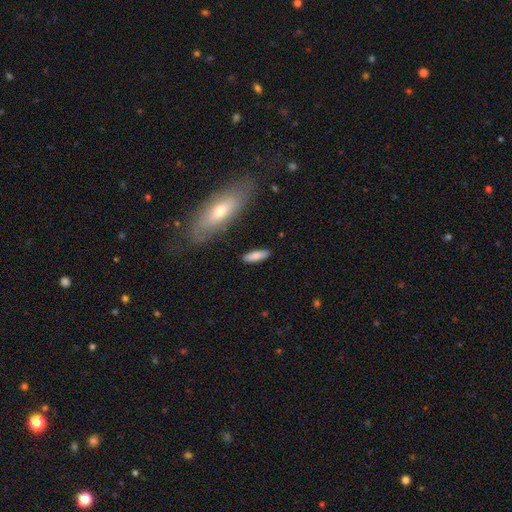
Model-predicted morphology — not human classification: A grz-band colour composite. It shows a smooth galaxy with no disk features (81%) that is cigar-shaped (49%, tied with in between). Merging: none (85%).